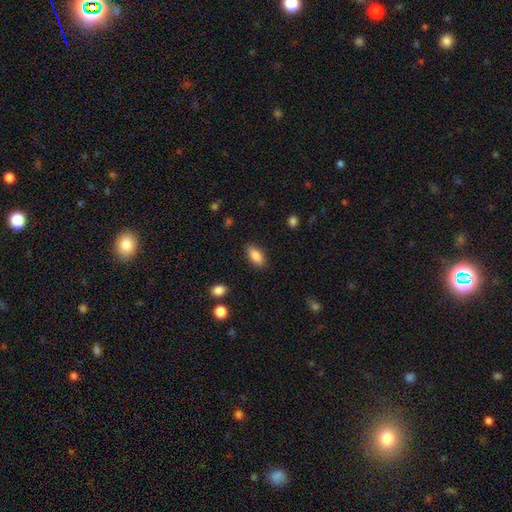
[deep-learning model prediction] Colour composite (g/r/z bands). It shows a smooth galaxy with no disk features (86%) that is in between round and cigar-shaped (88%). Merging: none (87%).